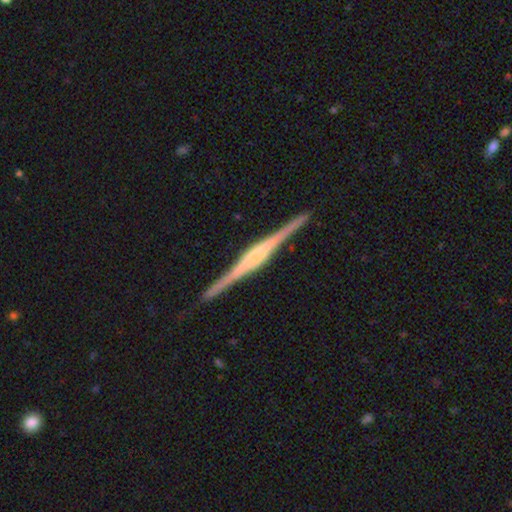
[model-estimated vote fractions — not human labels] Q: Smooth or featured?
A: featured or disk (85%); runner-up: smooth (10%)
Q: Edge-on disk?
A: yes (98%); runner-up: no (2%)
Q: Edge-on bulge?
A: boxy (47%); runner-up: rounded (42%)
Q: Merging?
A: none (91%); runner-up: minor disturbance (7%)